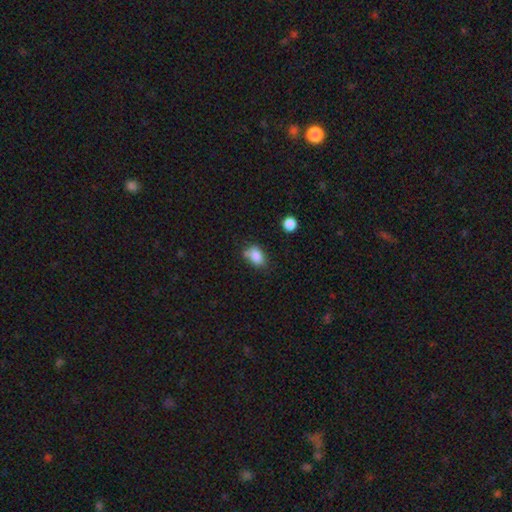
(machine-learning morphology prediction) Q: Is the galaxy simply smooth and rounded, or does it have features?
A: smooth — 82%.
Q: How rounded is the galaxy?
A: in between — 79%.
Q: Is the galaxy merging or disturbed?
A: none — 53%.